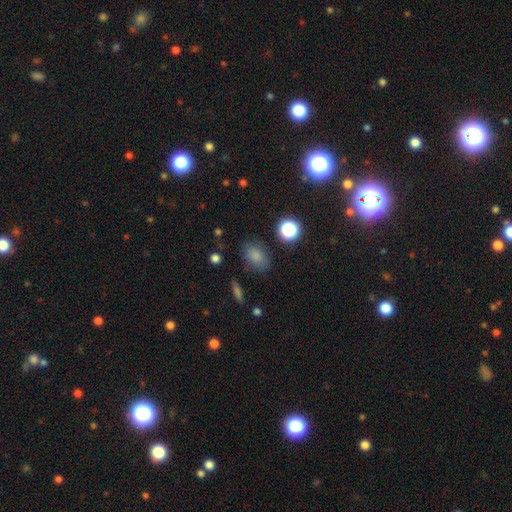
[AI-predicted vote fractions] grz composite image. It shows a smooth galaxy with no disk features (80%) that is in between round and cigar-shaped (69%). Merging: none (77%).